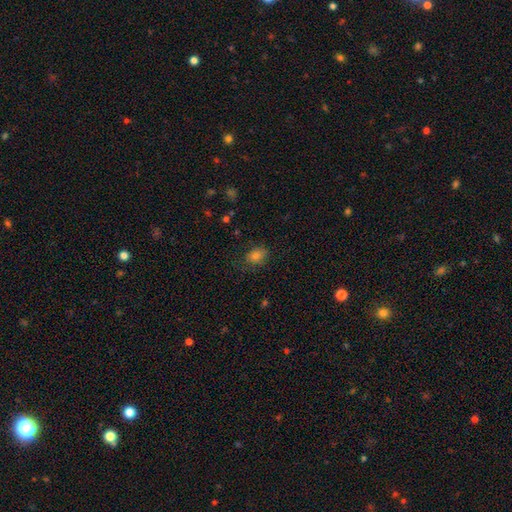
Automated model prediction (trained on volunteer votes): Smooth or featured? Predicted: smooth (p=0.78). How rounded? Predicted: in between (p=0.67). Merging? Predicted: none (p=0.76).